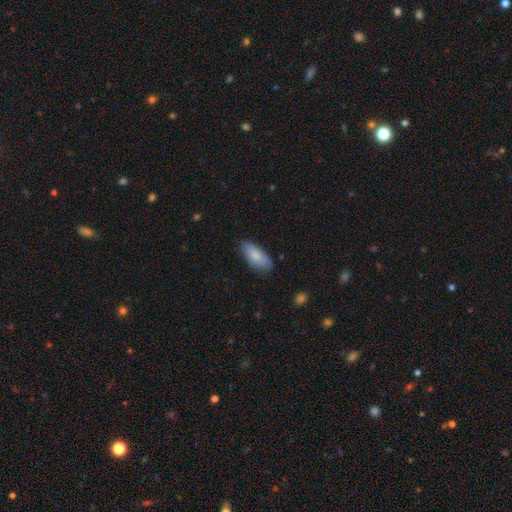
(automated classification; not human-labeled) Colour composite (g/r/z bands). It shows a smooth galaxy with no disk features (83%) that is in between round and cigar-shaped (85%). Merging: none (77%).